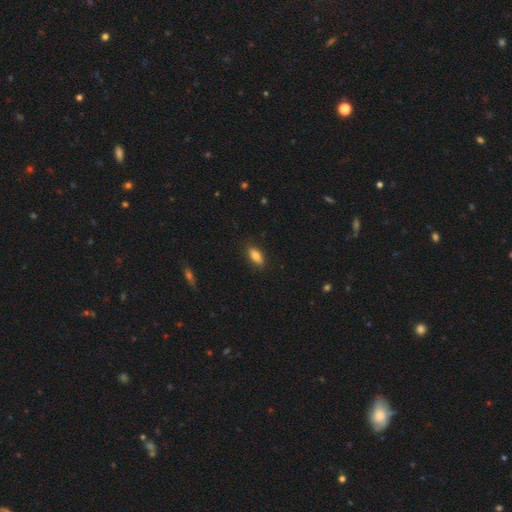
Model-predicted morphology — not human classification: Smooth or featured?
  - smooth: 82% *
  - featured or disk: 11%
  - star or artifact: 7%
How rounded?
  - in between: 84% *
  - cigar-shaped: 13%
  - round: 3%
Merging?
  - none: 85% *
  - minor disturbance: 11%
  - major disturbance: 2%
  - merger: 1%